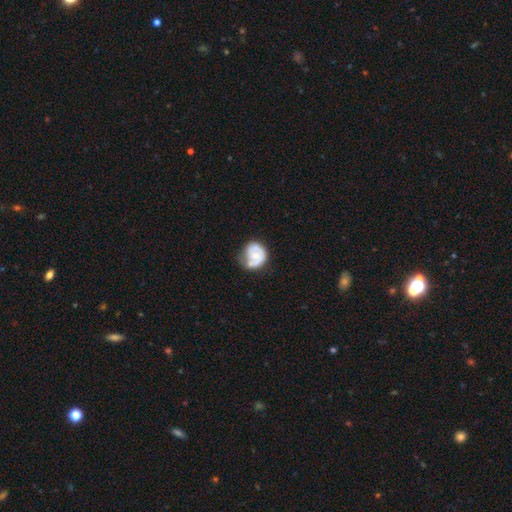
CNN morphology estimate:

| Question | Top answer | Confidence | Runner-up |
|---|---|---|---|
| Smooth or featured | featured or disk | 58% | smooth (36%) |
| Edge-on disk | no | 98% | yes (2%) |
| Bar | no | 77% | weak (19%) |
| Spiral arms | yes | 68% | no (32%) |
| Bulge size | moderate | 47% | small (45%) |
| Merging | none | 43% | minor disturbance (33%) |